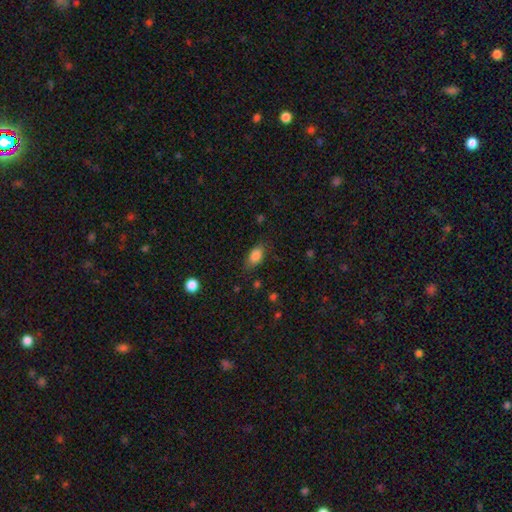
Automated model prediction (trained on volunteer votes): smooth-or-featured: smooth: 84% | star or artifact: 9% | featured or disk: 7%
  how-rounded: in between: 86% | round: 9% | cigar-shaped: 5%
  merging: none: 76% | minor disturbance: 18% | major disturbance: 5% | merger: 1%